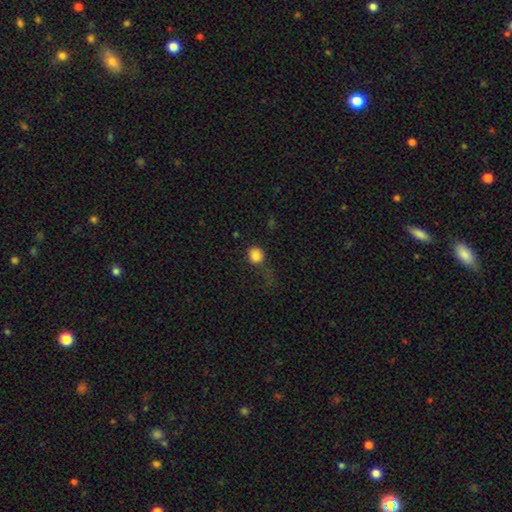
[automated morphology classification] type=smooth (83%); roundness=round (85%); merging=none (57%).